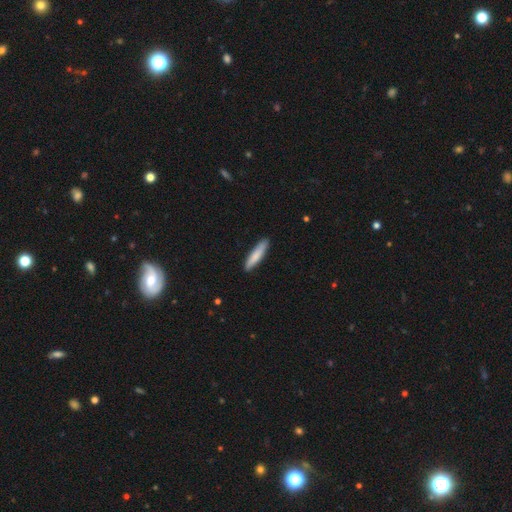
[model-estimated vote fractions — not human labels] Smooth or featured? Predicted: smooth (p=0.82). How rounded? Predicted: cigar-shaped (p=0.85). Merging? Predicted: none (p=0.88).